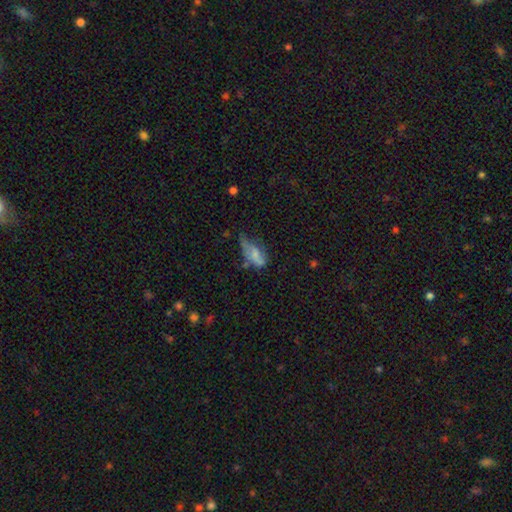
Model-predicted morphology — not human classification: Smooth or featured? smooth (59%)
How rounded? in between (85%)
Merging? minor disturbance (34%)